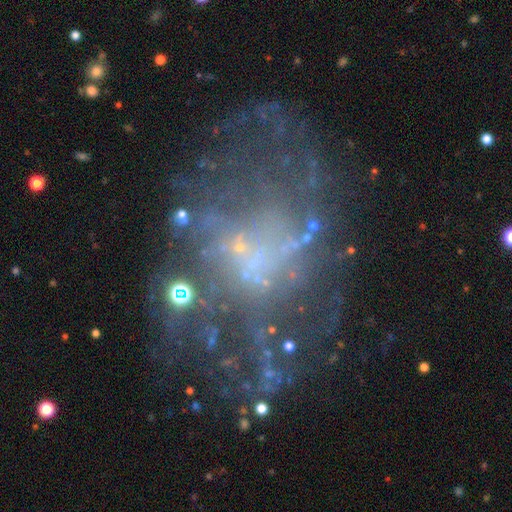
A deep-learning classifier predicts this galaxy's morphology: Q: Smooth or featured?
A: featured or disk (65%); runner-up: star or artifact (20%)
Q: Edge-on disk?
A: no (97%); runner-up: yes (3%)
Q: Bar?
A: no (79%); runner-up: weak (16%)
Q: Spiral arms?
A: no (58%); runner-up: yes (42%)
Q: Bulge size?
A: none (61%); runner-up: small (29%)
Q: Merging?
A: none (47%); runner-up: major disturbance (31%)